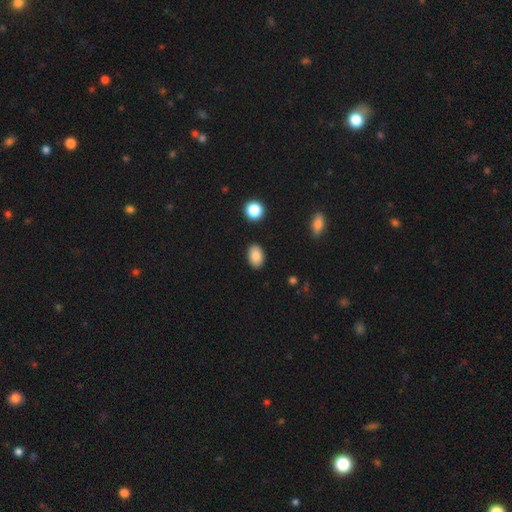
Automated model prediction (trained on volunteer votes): A smooth galaxy with no disk features (86%) that is in between round and cigar-shaped (85%). Merging: none (89%).